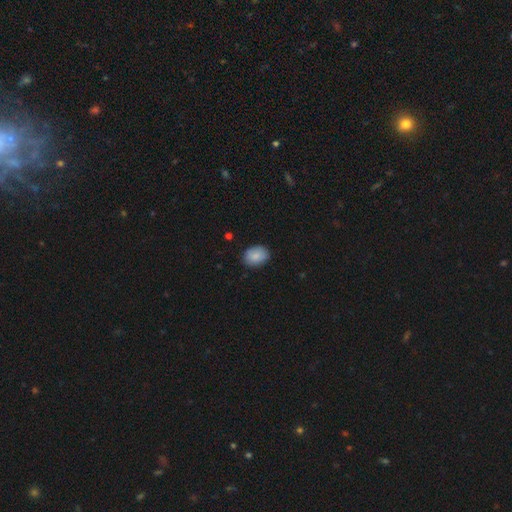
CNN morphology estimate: Smooth or featured: smooth — 87% (star or artifact — 7%)
How rounded: in between — 71% (round — 28%)
Merging: none — 84% (minor disturbance — 12%)